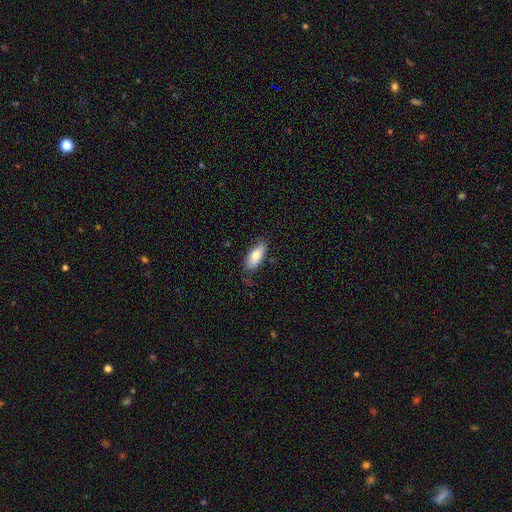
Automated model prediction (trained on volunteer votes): Smooth or featured: smooth — 75% (featured or disk — 19%)
How rounded: in between — 81% (cigar-shaped — 17%)
Merging: none — 74% (minor disturbance — 20%)